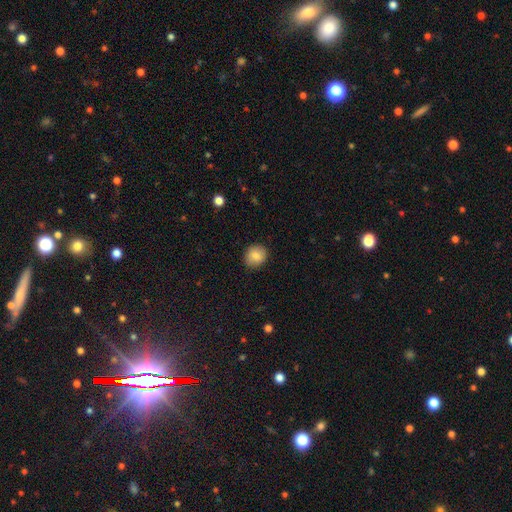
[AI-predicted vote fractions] smooth_or_featured: smooth (p=0.85) [alt: star or artifact p=0.08]
how_rounded: round (p=0.73) [alt: in between p=0.26]
merging: none (p=0.87) [alt: minor disturbance p=0.10]